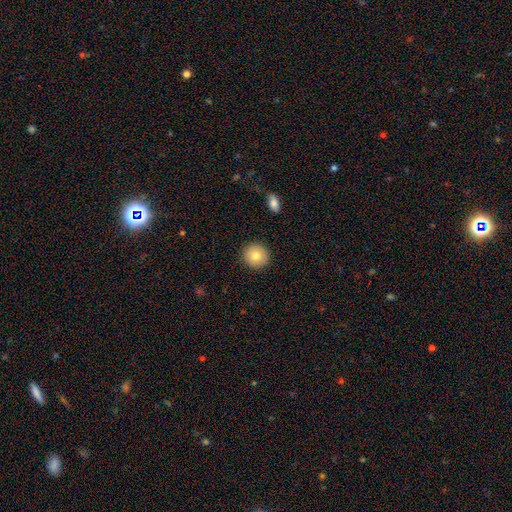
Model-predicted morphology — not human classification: This is clearly a smooth galaxy (80%). How rounded: clearly round (93%). Merging: clearly none (92%).